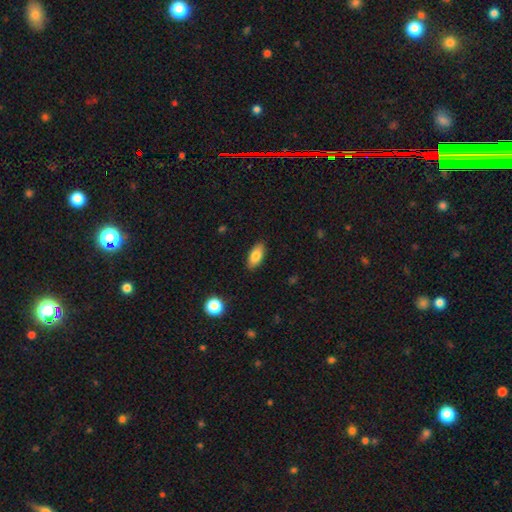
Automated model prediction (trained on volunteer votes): Smooth or featured?
  - smooth: 81% *
  - featured or disk: 12%
  - star or artifact: 7%
How rounded?
  - in between: 88% *
  - cigar-shaped: 9%
  - round: 3%
Merging?
  - none: 89% *
  - minor disturbance: 8%
  - major disturbance: 2%
  - merger: 1%